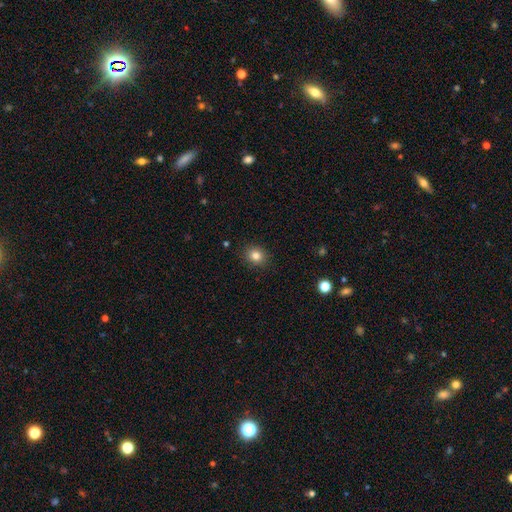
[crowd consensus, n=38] Q: Smooth or featured?
A: smooth (84%); runner-up: featured or disk (8%)
Q: How rounded?
A: round (78%); runner-up: in between (22%)
Q: Merging?
A: none (100%)